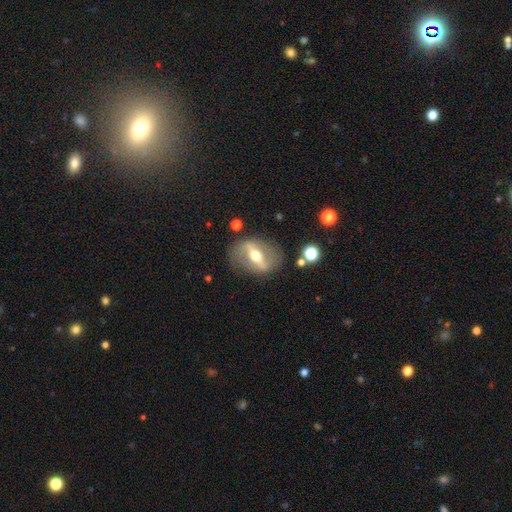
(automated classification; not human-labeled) Smooth or featured? Predicted: featured or disk (p=0.74). Edge-on disk? Predicted: no (p=0.69). Bar? Predicted: strong (p=0.74). Spiral arms? Predicted: no (p=0.68). Bulge size? Predicted: moderate (p=0.70). Merging? Predicted: none (p=0.78).